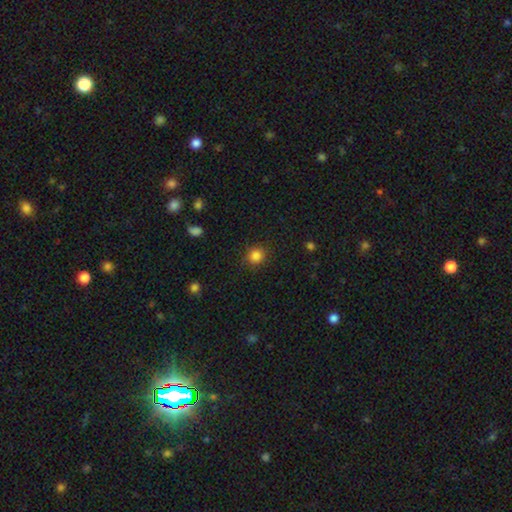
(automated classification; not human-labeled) Smooth or featured?
  - smooth: 85% *
  - star or artifact: 11%
  - featured or disk: 4%
How rounded?
  - round: 89% *
  - in between: 10%
  - cigar-shaped: 1%
Merging?
  - none: 88% *
  - minor disturbance: 8%
  - major disturbance: 3%
  - merger: 1%